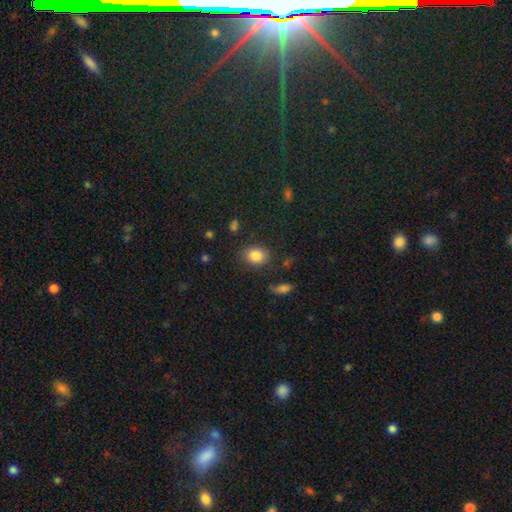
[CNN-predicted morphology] smooth 85%, star or artifact 9%, featured or disk 6%. Down the decision tree: how rounded — in between (50%); merging — none (80%).